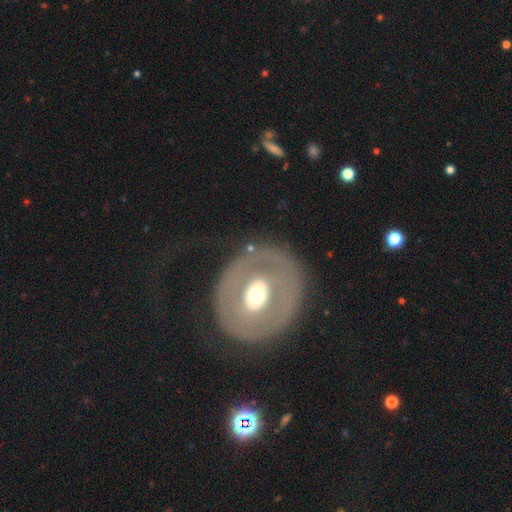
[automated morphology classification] This appears to be a featured or disk galaxy (60%) with no bar (57%), no spiral arms (82%) and a moderate central bulge (67%). Merging: none (75%).